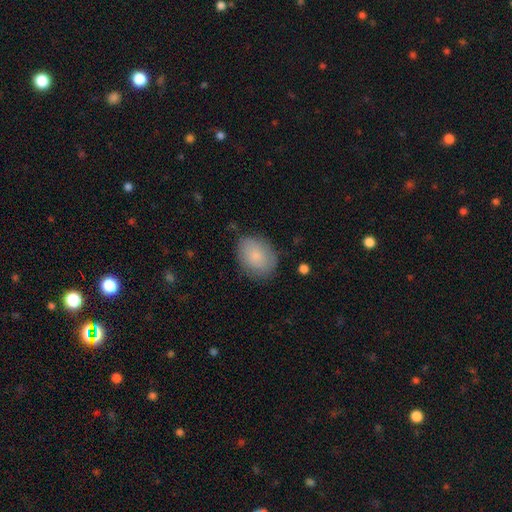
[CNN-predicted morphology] A smooth galaxy with no disk features (83%) that is in between round and cigar-shaped (65%).

Vote fractions:
- Smooth or featured? smooth: 83% / featured or disk: 10% / star or artifact: 7%
- How rounded? in between: 65% / round: 33% / cigar-shaped: 1%
- Merging? none: 79% / minor disturbance: 16% / major disturbance: 4% / merger: 1%